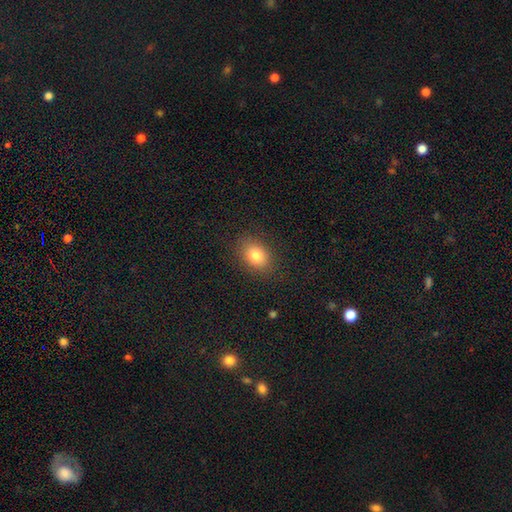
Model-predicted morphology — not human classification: type=smooth (80%); roundness=in between (66%); merging=none (86%).